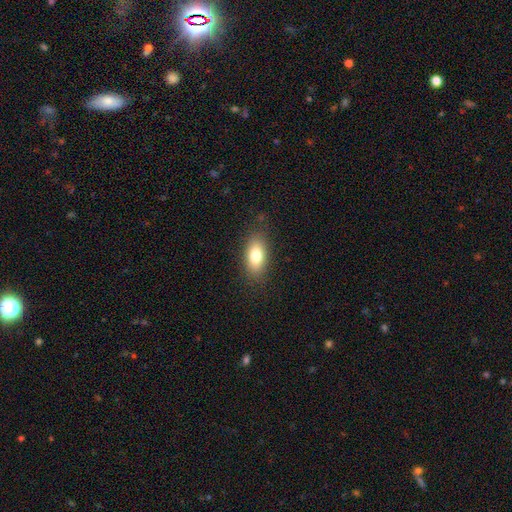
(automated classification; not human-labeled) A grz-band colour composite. It shows a smooth galaxy with no disk features (79%) that is in between round and cigar-shaped (87%). Merging: none (84%).